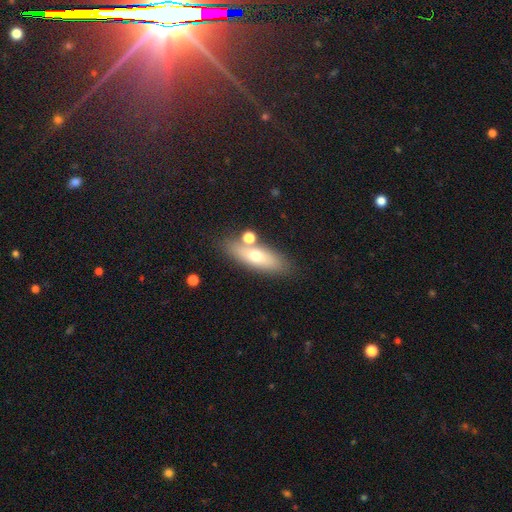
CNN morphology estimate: A smooth galaxy with no disk features (60%) that is in between round and cigar-shaped (50%). Merging: none (75%).